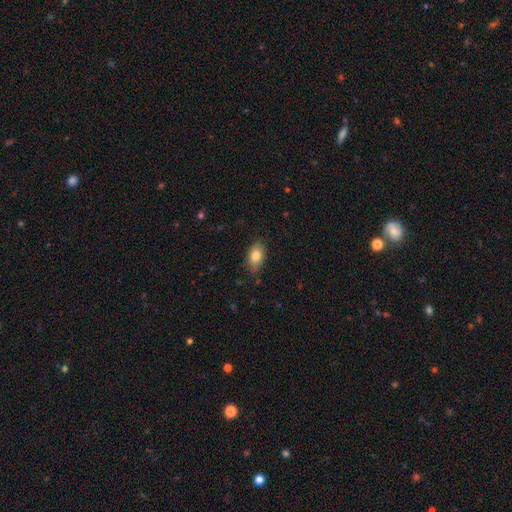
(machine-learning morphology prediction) A smooth galaxy with no disk features (81%) that is in between round and cigar-shaped (91%). Merging: none (80%).